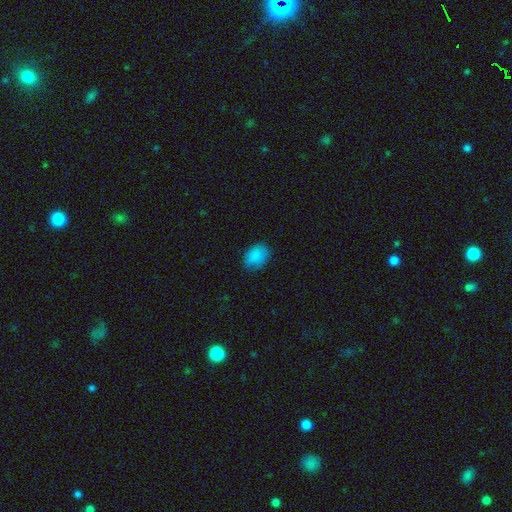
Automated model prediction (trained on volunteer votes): This is clearly a smooth galaxy (88%). How rounded: likely in between (76%). Merging: clearly none (82%).